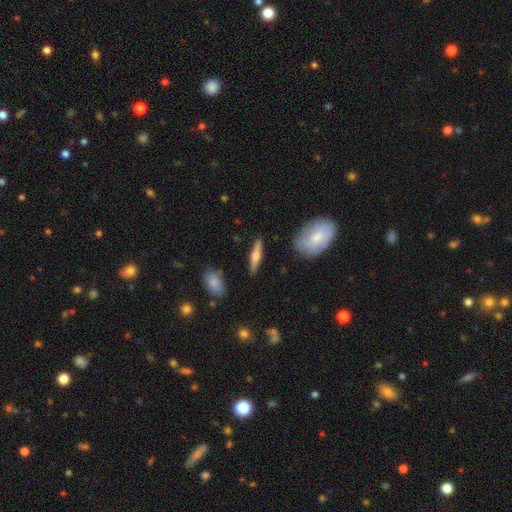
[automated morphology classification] This is possibly a featured or disk galaxy (48%). Merging: clearly none (87%).